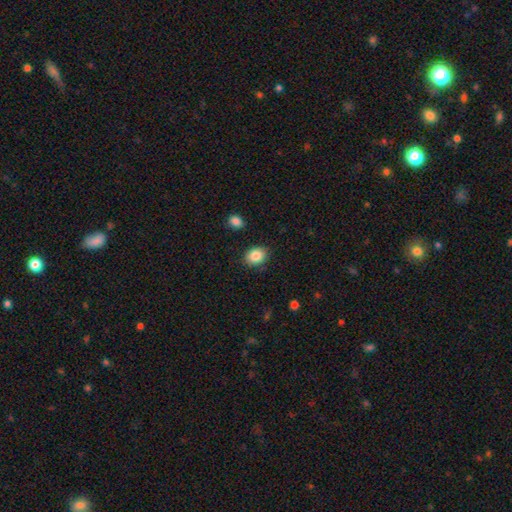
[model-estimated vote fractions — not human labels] Smooth or featured? smooth (86%)
How rounded? in between (56%)
Merging? none (85%)